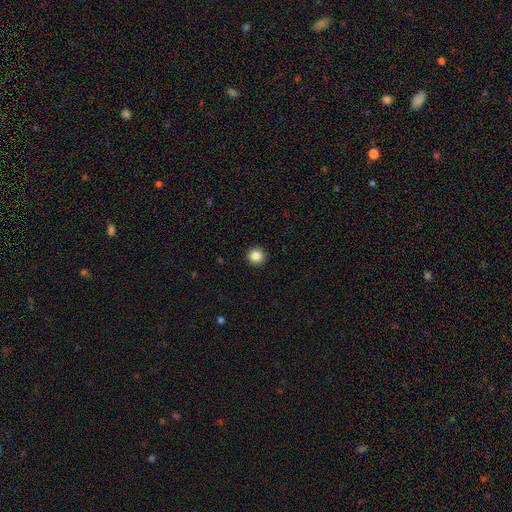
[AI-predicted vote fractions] Q: Smooth or featured?
A: smooth (85%); runner-up: star or artifact (10%)
Q: How rounded?
A: round (95%); runner-up: in between (4%)
Q: Merging?
A: none (93%); runner-up: minor disturbance (4%)